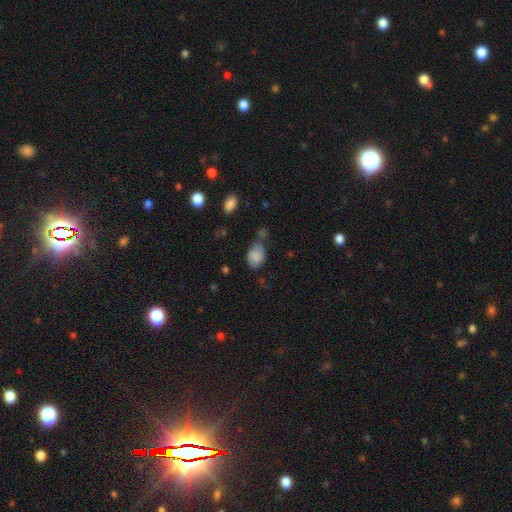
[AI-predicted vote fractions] Overall: smooth (76%). How rounded: in between (74%). Merging: none (47%; minor disturbance 28%).